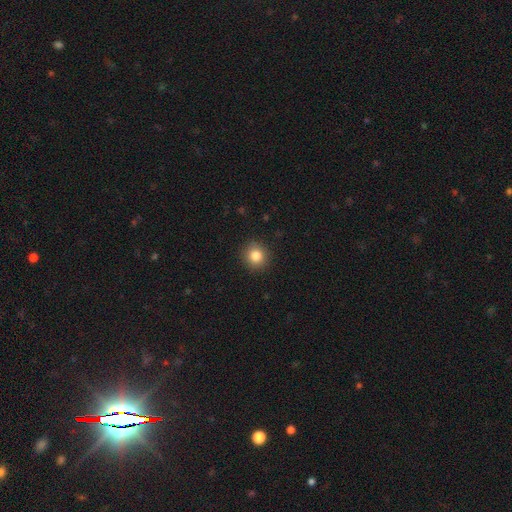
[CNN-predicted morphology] Smooth or featured? smooth (83%)
How rounded? round (91%)
Merging? none (91%)